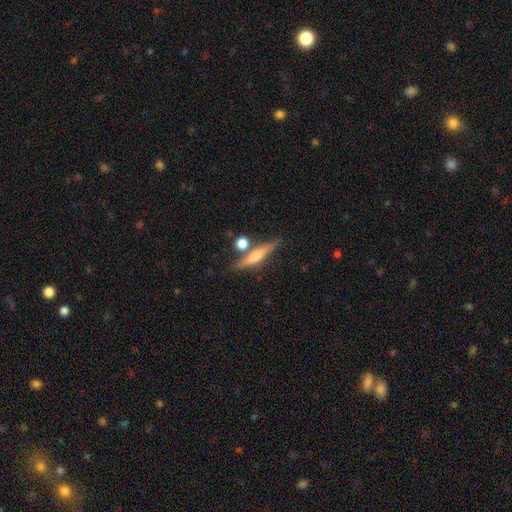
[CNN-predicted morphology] Overall: featured or disk (48%; smooth 44%). Merging: none (70%).